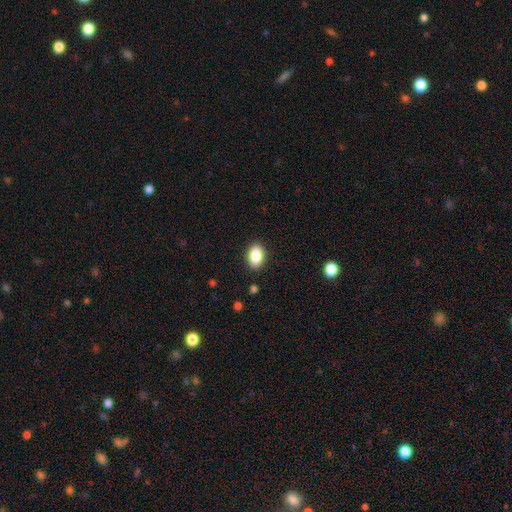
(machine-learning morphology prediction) Smooth or featured? smooth (87%)
How rounded? in between (88%)
Merging? none (88%)